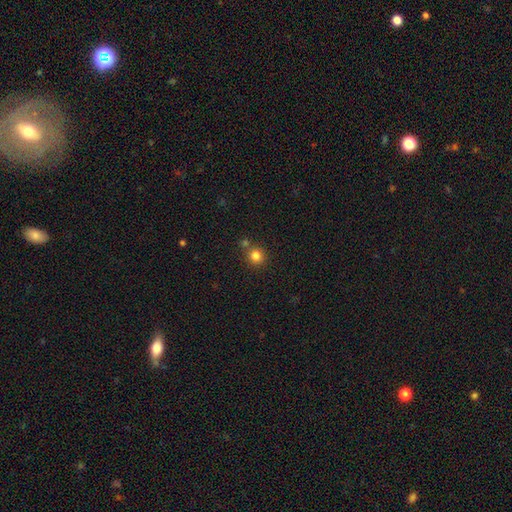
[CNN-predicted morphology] A smooth galaxy with no disk features (82%) that is round (92%).

Vote fractions:
- Smooth or featured? smooth: 82% / star or artifact: 13% / featured or disk: 6%
- How rounded? round: 92% / in between: 8% / cigar-shaped: 1%
- Merging? none: 74% / merger: 16% / minor disturbance: 8% / major disturbance: 2%